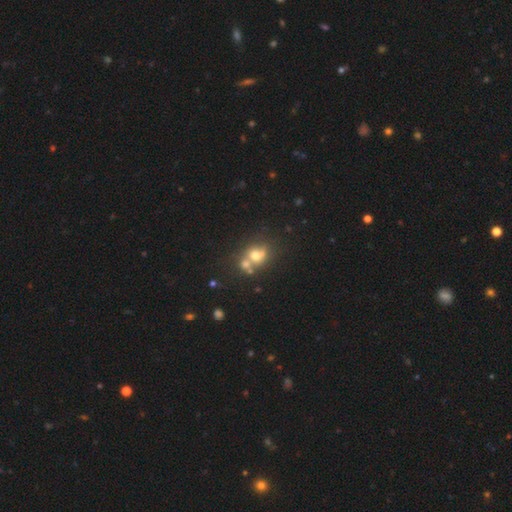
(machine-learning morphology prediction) This is likely a smooth galaxy (62%). How rounded: likely round (68%). Merging: possibly merger (49%).